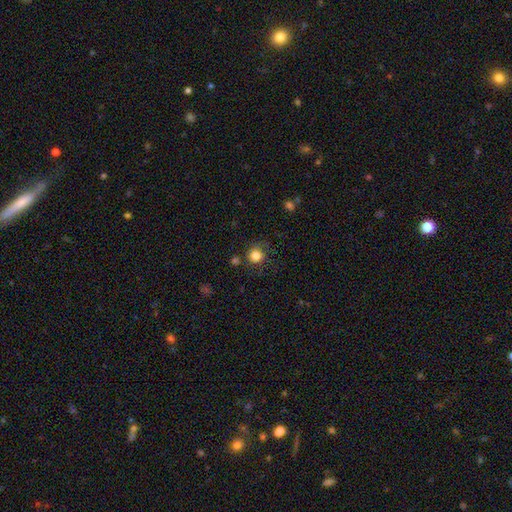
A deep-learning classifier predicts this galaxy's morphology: smooth 83%, star or artifact 11%, featured or disk 6%. Down the decision tree: how rounded — round (91%); merging — none (73%).